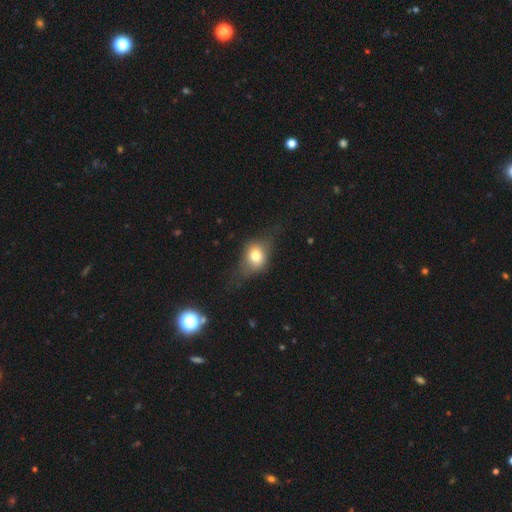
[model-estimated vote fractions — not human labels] This appears to be a smooth galaxy with no disk features (64%) that is in between round and cigar-shaped (50%). Merging: none (57%).